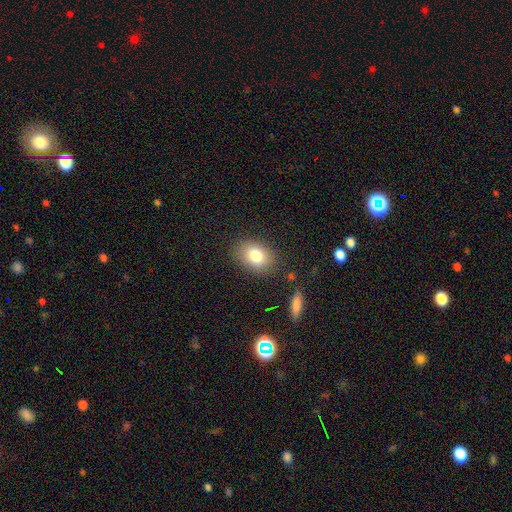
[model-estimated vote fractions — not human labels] Smooth or featured: smooth — 80% (featured or disk — 10%)
How rounded: in between — 70% (round — 29%)
Merging: none — 84% (minor disturbance — 10%)